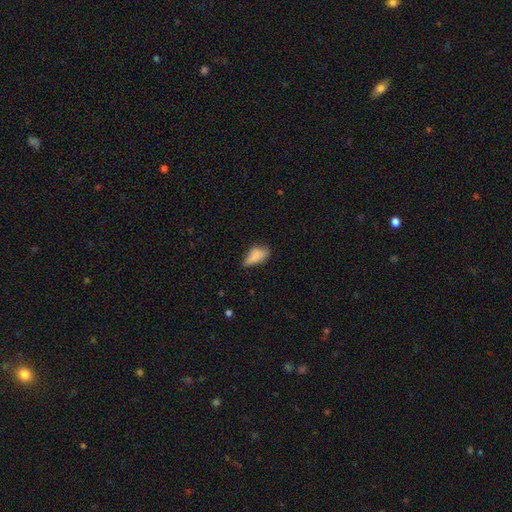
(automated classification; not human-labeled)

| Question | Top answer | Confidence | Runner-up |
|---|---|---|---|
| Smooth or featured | smooth | 76% | featured or disk (14%) |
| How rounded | in between | 84% | cigar-shaped (12%) |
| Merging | none | 43% | minor disturbance (39%) |